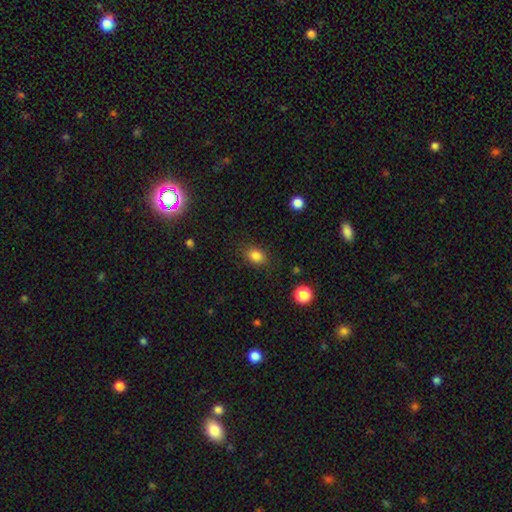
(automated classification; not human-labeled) Smooth or featured? smooth (84%)
How rounded? in between (65%)
Merging? none (84%)